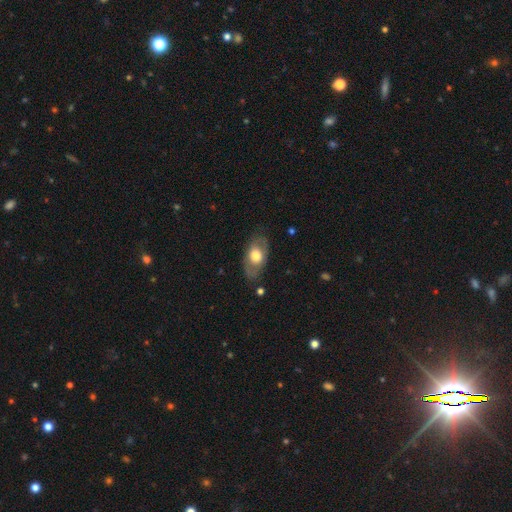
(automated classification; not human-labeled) A smooth galaxy with no disk features (56%) that is in between round and cigar-shaped (88%).

Vote fractions:
- Smooth or featured? smooth: 56% / featured or disk: 38% / star or artifact: 6%
- How rounded? in between: 88% / round: 9% / cigar-shaped: 3%
- Merging? none: 76% / minor disturbance: 17% / major disturbance: 6% / merger: 2%